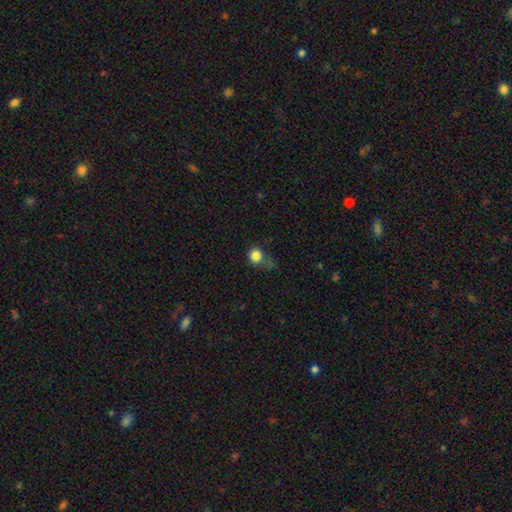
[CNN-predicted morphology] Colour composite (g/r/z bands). It shows a smooth galaxy with no disk features (83%) that is round (80%). Merging: none (51%).